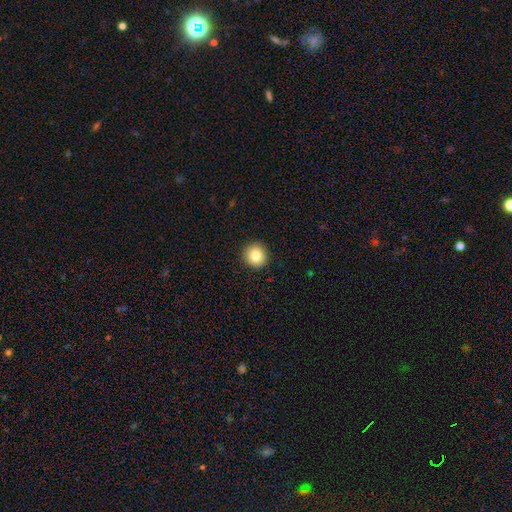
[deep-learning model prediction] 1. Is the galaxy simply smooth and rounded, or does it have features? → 83% smooth, 9% star or artifact, 7% featured or disk.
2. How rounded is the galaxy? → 93% round, 6% in between, 1% cigar-shaped.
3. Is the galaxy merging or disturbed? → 92% none, 6% minor disturbance, 2% major disturbance, 1% merger.